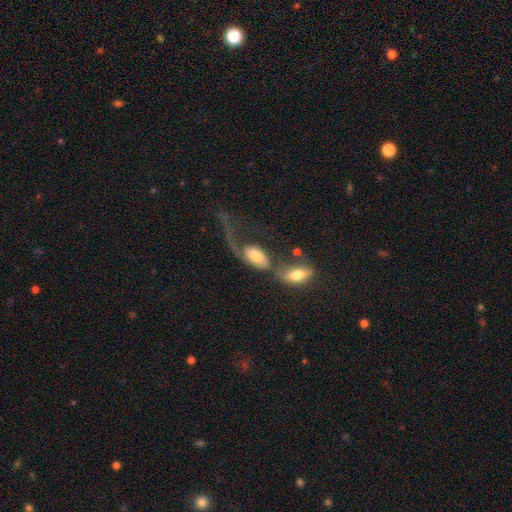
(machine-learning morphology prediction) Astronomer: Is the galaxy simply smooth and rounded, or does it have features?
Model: smooth — 49% (runner-up: featured or disk, 44%).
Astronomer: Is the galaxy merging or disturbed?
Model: merger — 44% (runner-up: major disturbance, 32%).